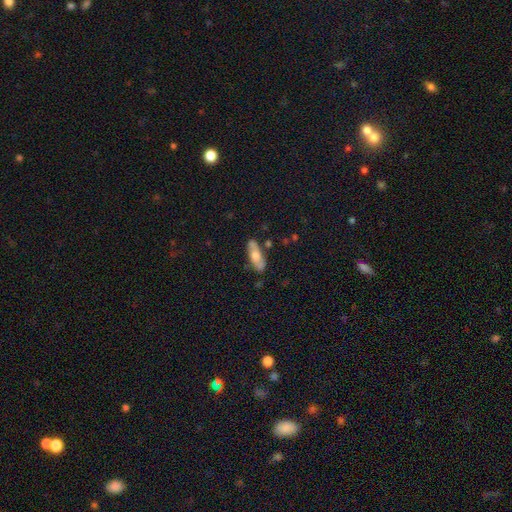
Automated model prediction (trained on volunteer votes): A smooth galaxy with no disk features (54%) that is in between round and cigar-shaped (69%).

Vote fractions:
- Smooth or featured? smooth: 54% / featured or disk: 40% / star or artifact: 6%
- How rounded? in between: 69% / cigar-shaped: 28% / round: 3%
- Merging? none: 77% / minor disturbance: 16% / major disturbance: 4% / merger: 3%